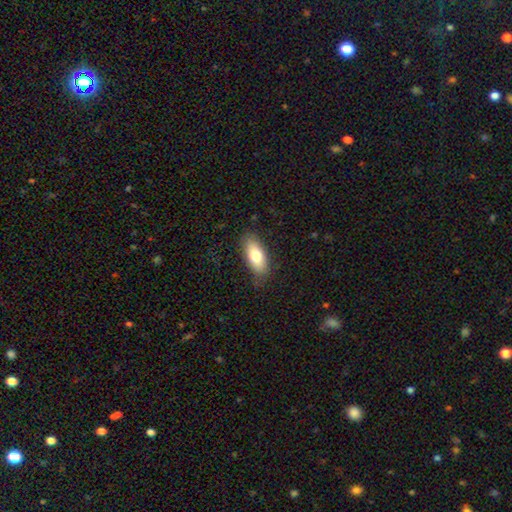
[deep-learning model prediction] Overall: smooth (74%). How rounded: in between (83%). Merging: none (81%).